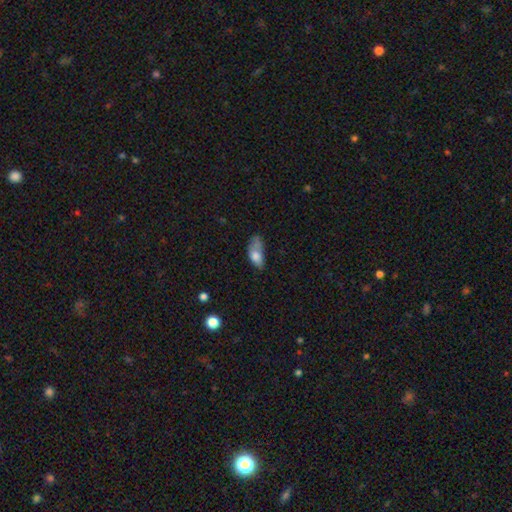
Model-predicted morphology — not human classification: Smooth or featured?
  - smooth: 74% *
  - featured or disk: 18%
  - star or artifact: 9%
How rounded?
  - in between: 85% *
  - cigar-shaped: 9%
  - round: 5%
Merging?
  - minor disturbance: 37% *
  - major disturbance: 29%
  - none: 27%
  - merger: 8%